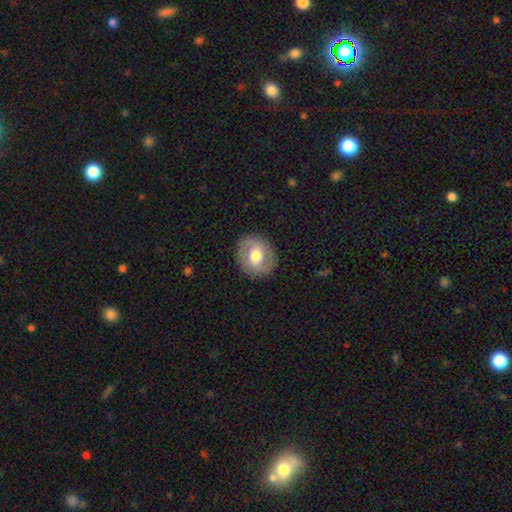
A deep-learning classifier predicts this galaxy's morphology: Smooth or featured? smooth (49%)
Merging? none (87%)